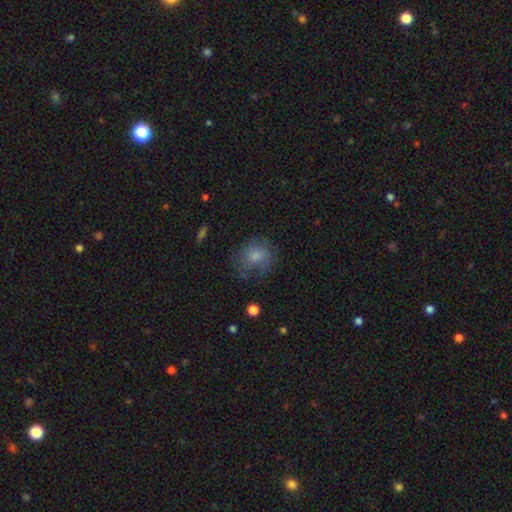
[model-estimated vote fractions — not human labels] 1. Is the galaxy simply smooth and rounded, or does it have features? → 61% smooth, 25% featured or disk, 14% star or artifact.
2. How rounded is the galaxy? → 70% round, 28% in between, 1% cigar-shaped.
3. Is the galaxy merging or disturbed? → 62% none, 23% minor disturbance, 14% major disturbance, 2% merger.